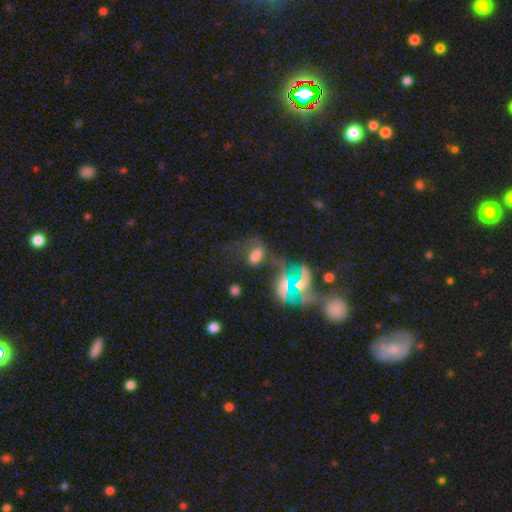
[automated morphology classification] Smooth or featured? Predicted: smooth (p=0.52). How rounded? Predicted: in between (p=0.80). Merging? Predicted: none (p=0.34).